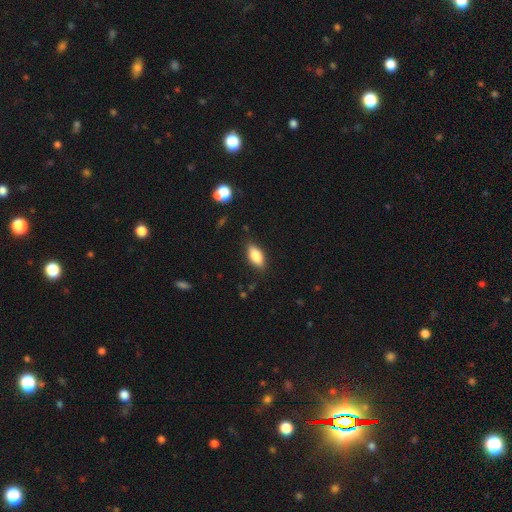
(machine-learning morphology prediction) Smooth or featured? Predicted: smooth (p=0.83). How rounded? Predicted: in between (p=0.87). Merging? Predicted: none (p=0.84).